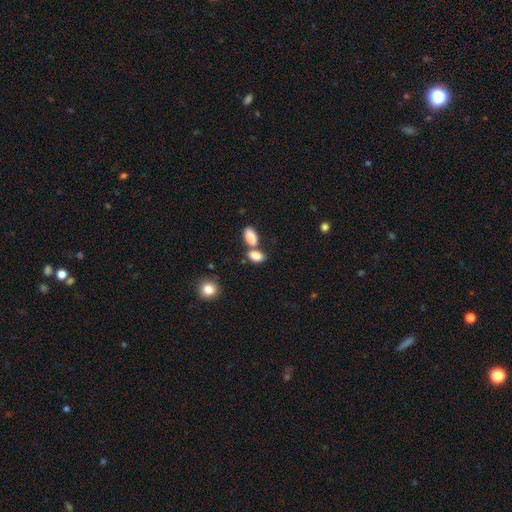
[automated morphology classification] Overall: smooth (85%). How rounded: in between (89%). Merging: merger (44%; none 41%).